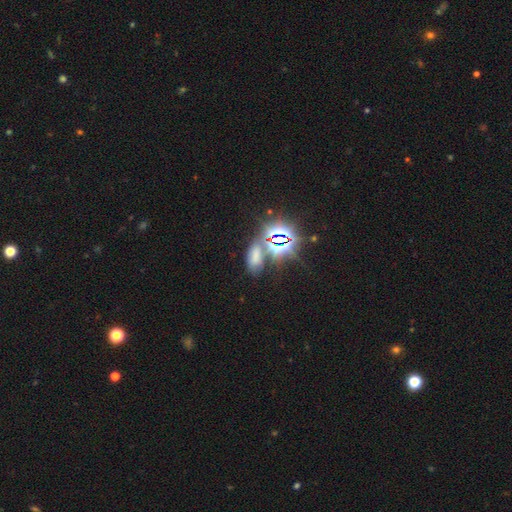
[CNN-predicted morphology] Smooth or featured: star or artifact — 46% (smooth — 44%)